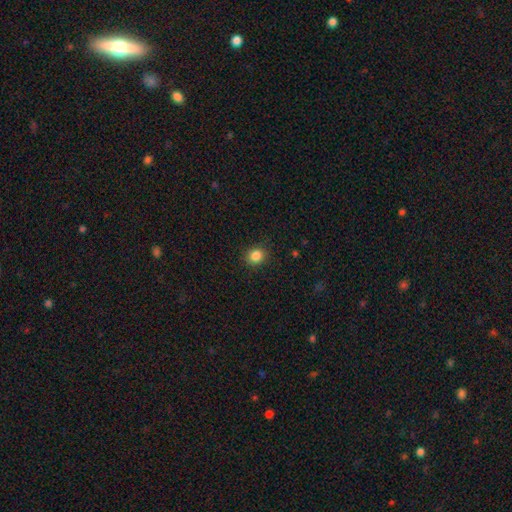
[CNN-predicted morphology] The model was most divided on "how rounded": round: 82%, in between: 17%, cigar-shaped: 1%. More confident: merging — none (89%); smooth or featured — smooth (85%).